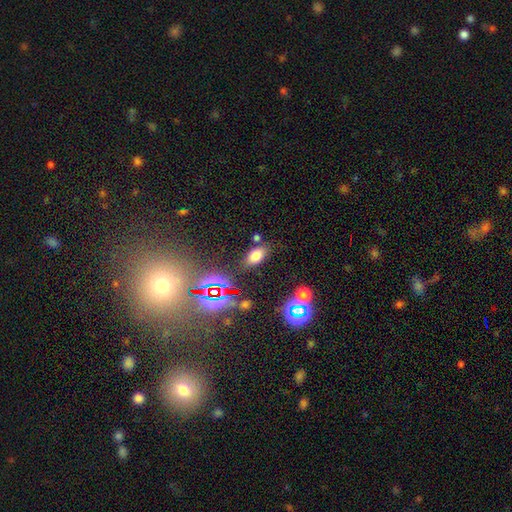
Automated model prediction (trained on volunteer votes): The model was most divided on "smooth or featured": smooth: 71%, star or artifact: 20%, featured or disk: 10%. More confident: how rounded — in between (88%); merging — none (78%).